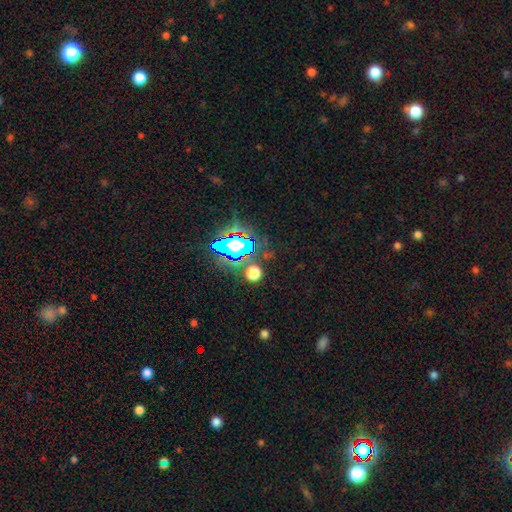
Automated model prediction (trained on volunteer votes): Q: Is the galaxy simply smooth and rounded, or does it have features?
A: star or artifact — 80%.